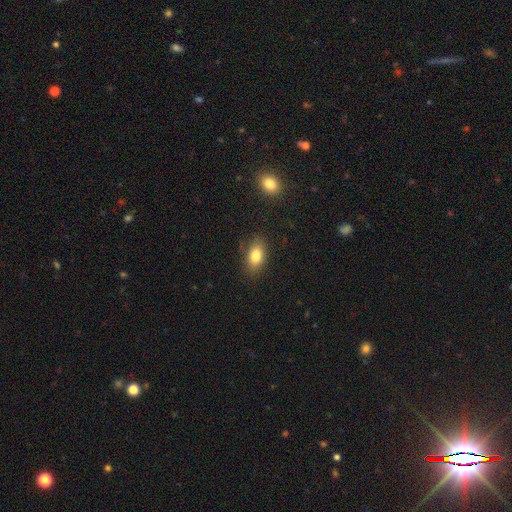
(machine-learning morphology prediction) type=smooth (81%); roundness=in between (86%); merging=none (81%).